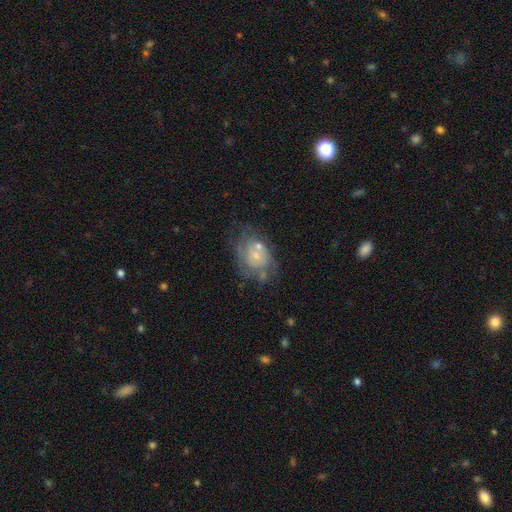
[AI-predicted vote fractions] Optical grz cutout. It shows a featured or disk galaxy (65%) with no bar (82%), spiral arms (58%) and a small central bulge (60%). Merging: none (42%).